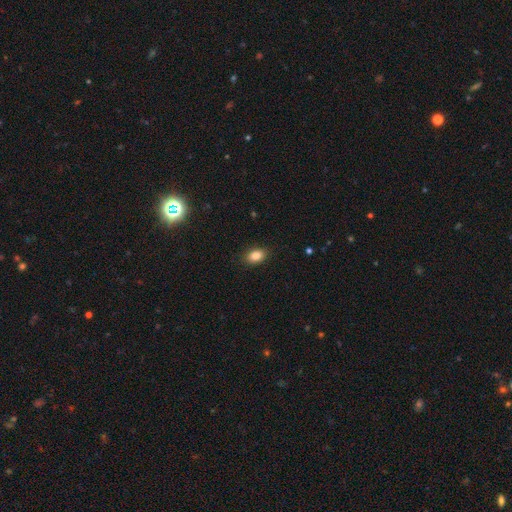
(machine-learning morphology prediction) smooth_or_featured: smooth (p=0.85) [alt: star or artifact p=0.09]
how_rounded: in between (p=0.83) [alt: round p=0.16]
merging: none (p=0.87) [alt: minor disturbance p=0.09]